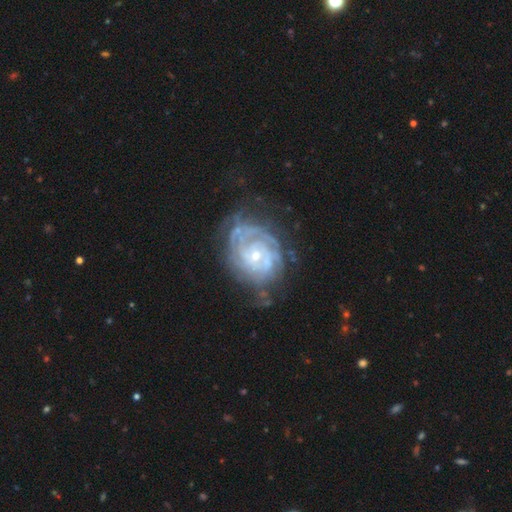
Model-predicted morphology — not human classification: smooth-or-featured: featured or disk: 88% | star or artifact: 6% | smooth: 6%
  disk-edge-on: no: 97% | yes: 3%
    bar: no: 71% | weak: 23% | strong: 7%
    has-spiral-arms: yes: 96% | no: 4%
      spiral-winding: tight: 78% | medium: 18% | loose: 4%
      spiral-arm-count: can't tell: 31% | 2: 22% | 3: 18% | 4: 15% | more than 4: 8% | 1: 6%
    bulge-size: small: 66% | moderate: 30% | large: 1% | none: 1% | dominant: 1%
  merging: none: 62% | minor disturbance: 23% | major disturbance: 13% | merger: 2%